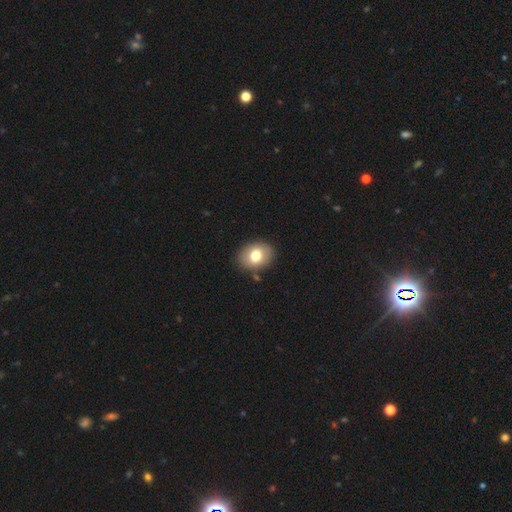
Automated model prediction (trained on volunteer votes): Smooth or featured?
  - smooth: 76% *
  - featured or disk: 16%
  - star or artifact: 8%
How rounded?
  - in between: 65% *
  - round: 34%
  - cigar-shaped: 1%
Merging?
  - none: 84% *
  - minor disturbance: 10%
  - major disturbance: 3%
  - merger: 3%